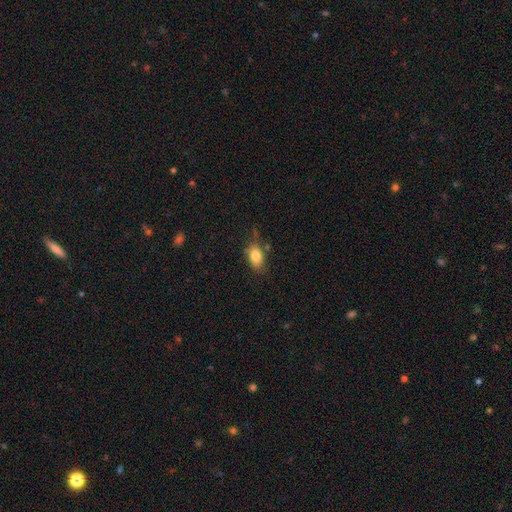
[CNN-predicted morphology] This is clearly a smooth galaxy (82%). How rounded: clearly in between (83%). Merging: likely none (68%).